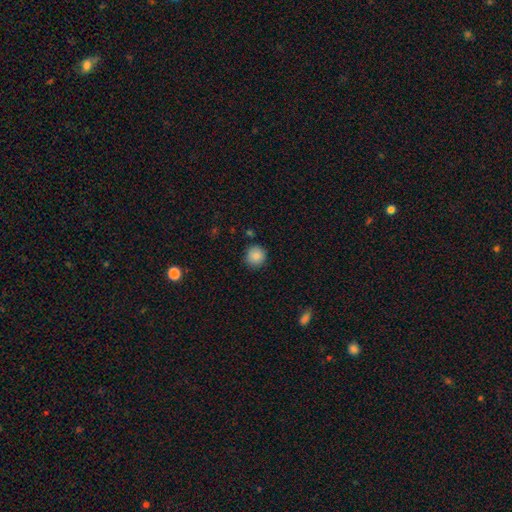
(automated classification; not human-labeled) This appears to be a smooth galaxy with no disk features (87%) that is round (93%). Merging: none (88%).